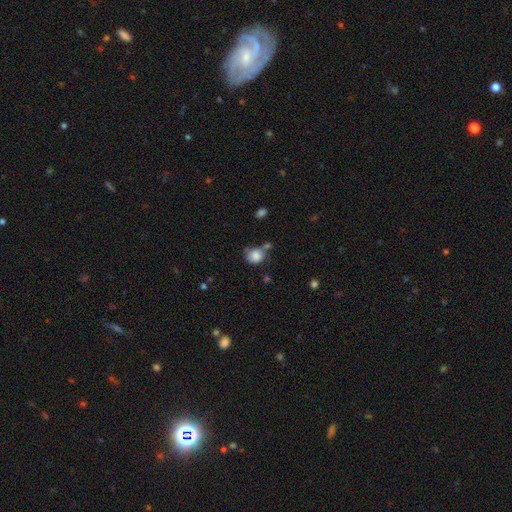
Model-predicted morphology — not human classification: A smooth galaxy with no disk features (83%) that is round (74%). Merging: none (47%).